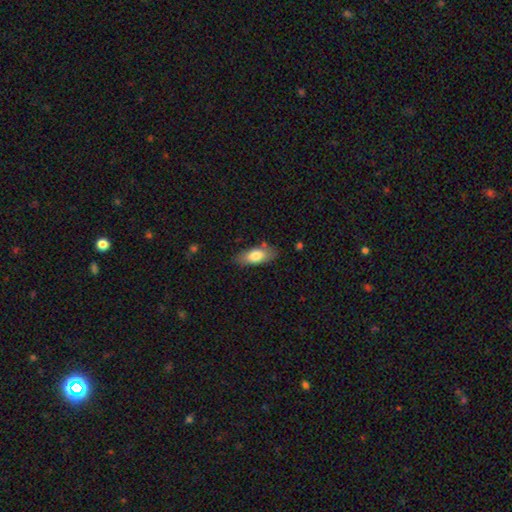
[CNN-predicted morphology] type=smooth (77%); roundness=in between (82%); merging=none (79%).